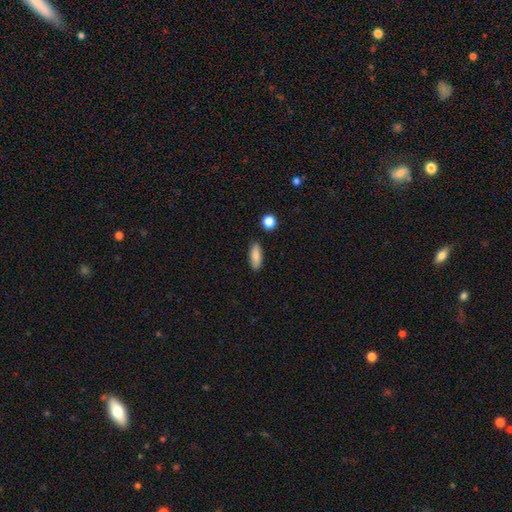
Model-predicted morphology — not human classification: Overall: smooth (85%). How rounded: in between (66%; cigar-shaped 31%). Merging: none (87%).